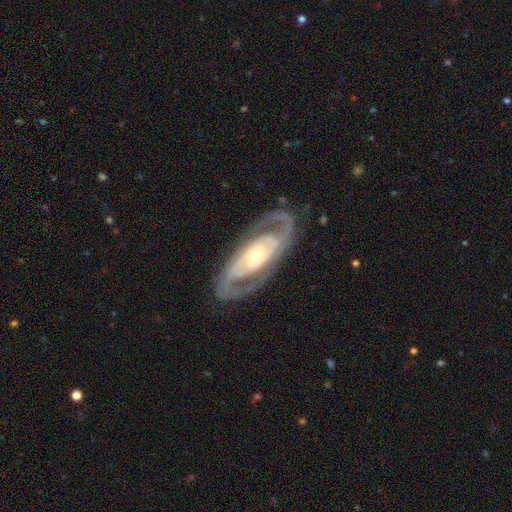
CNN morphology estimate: The model was most divided on "spiral winding": tight: 47%, medium: 42%, loose: 11%. More confident: spiral arms — yes (93%); edge-on disk — no (93%); smooth or featured — featured or disk (88%); spiral arm count — 2 (87%); merging — none (82%); bar — no (57%); bulge size — small (51%).